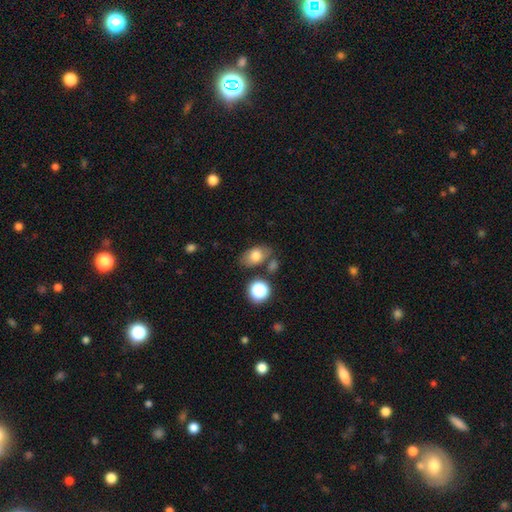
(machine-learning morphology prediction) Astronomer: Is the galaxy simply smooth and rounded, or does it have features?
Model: smooth — 75%.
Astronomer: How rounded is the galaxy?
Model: in between — 83%.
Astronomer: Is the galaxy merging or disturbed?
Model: none — 67%.